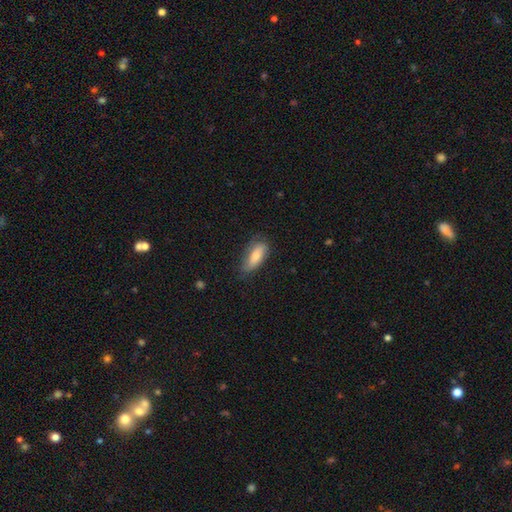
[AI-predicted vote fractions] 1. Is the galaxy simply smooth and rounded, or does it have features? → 74% smooth, 20% featured or disk, 7% star or artifact.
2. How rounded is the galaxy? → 71% in between, 27% cigar-shaped, 2% round.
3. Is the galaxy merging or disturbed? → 69% none, 25% minor disturbance, 5% major disturbance, 1% merger.